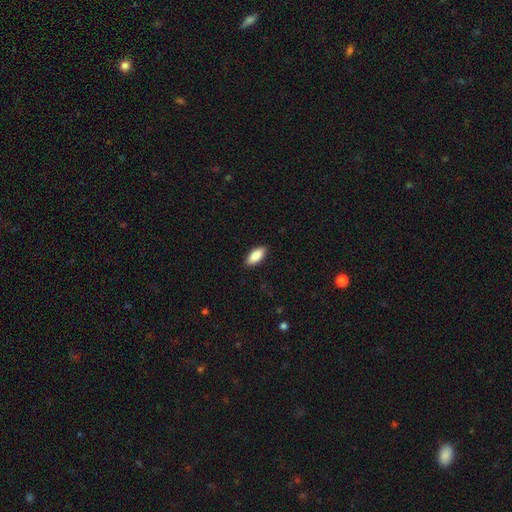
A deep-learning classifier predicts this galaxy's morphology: Overall: smooth (88%). How rounded: in between (85%). Merging: none (90%).